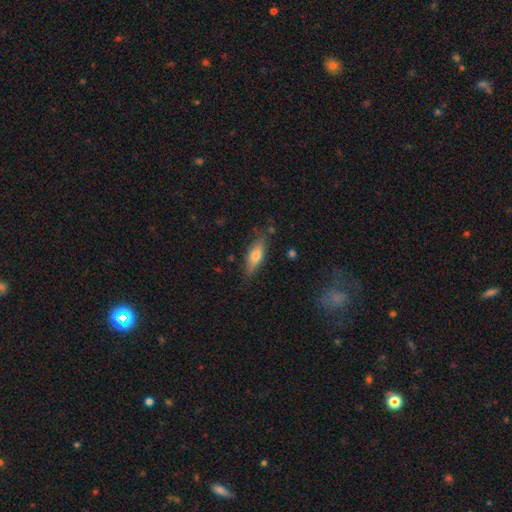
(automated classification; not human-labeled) Morphology: type=smooth (66%); roundness=in between (59%); merging=none (78%).